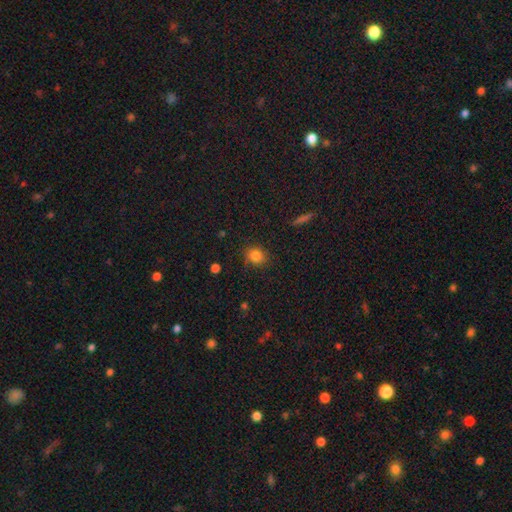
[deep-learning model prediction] smooth 82%, star or artifact 12%, featured or disk 7%. Down the decision tree: how rounded — round (69%); merging — none (84%).